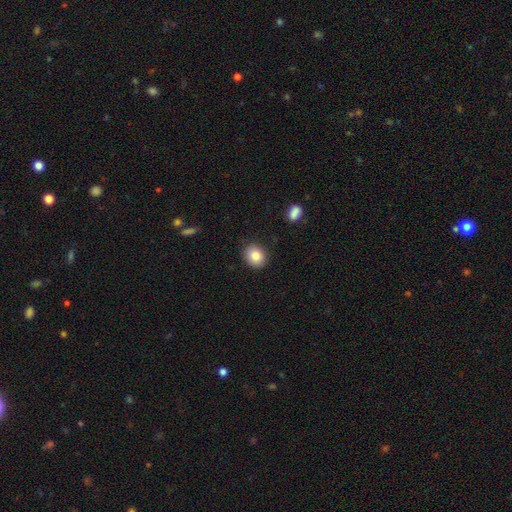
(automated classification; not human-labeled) Q: Smooth or featured?
A: smooth (83%); runner-up: star or artifact (9%)
Q: How rounded?
A: round (63%); runner-up: in between (36%)
Q: Merging?
A: none (88%); runner-up: minor disturbance (9%)